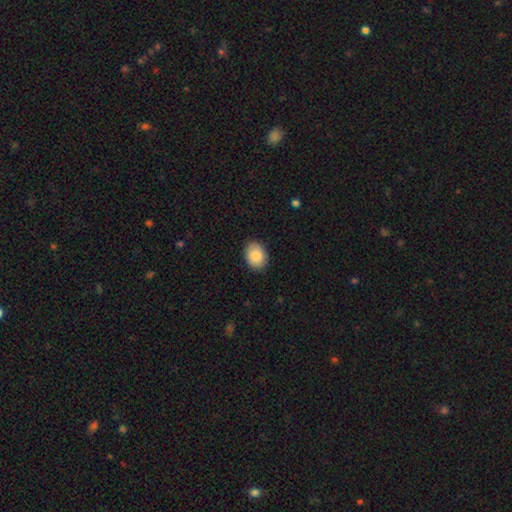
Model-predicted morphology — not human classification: smooth 87%, star or artifact 7%, featured or disk 6%. Down the decision tree: how rounded — in between (75%); merging — none (88%).